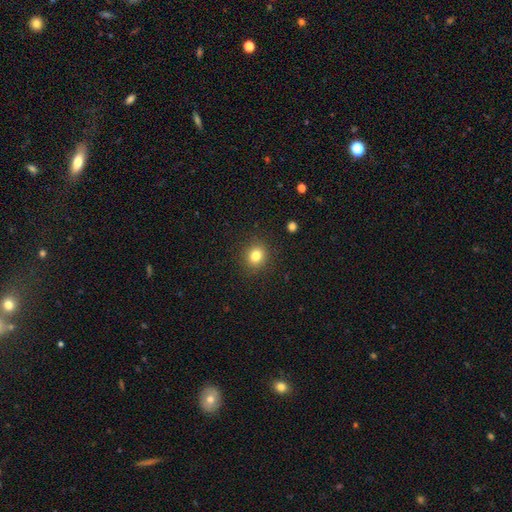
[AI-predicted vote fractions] Q: Smooth or featured?
A: smooth (81%); runner-up: star or artifact (12%)
Q: How rounded?
A: round (83%); runner-up: in between (16%)
Q: Merging?
A: none (89%); runner-up: minor disturbance (7%)